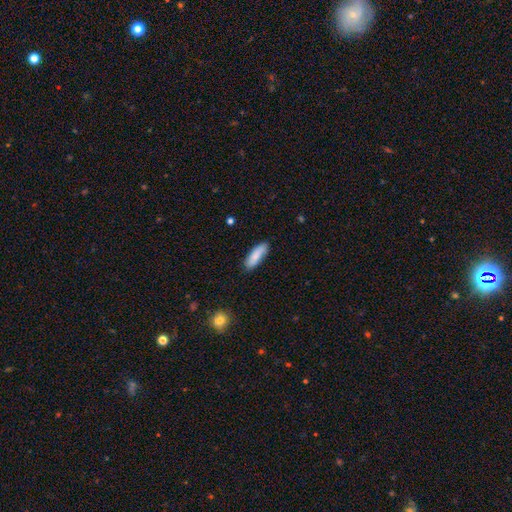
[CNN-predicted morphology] smooth_or_featured: smooth (p=0.84) [alt: featured or disk p=0.10]
how_rounded: in between (p=0.53) [alt: cigar-shaped p=0.45]
merging: none (p=0.82) [alt: minor disturbance p=0.14]